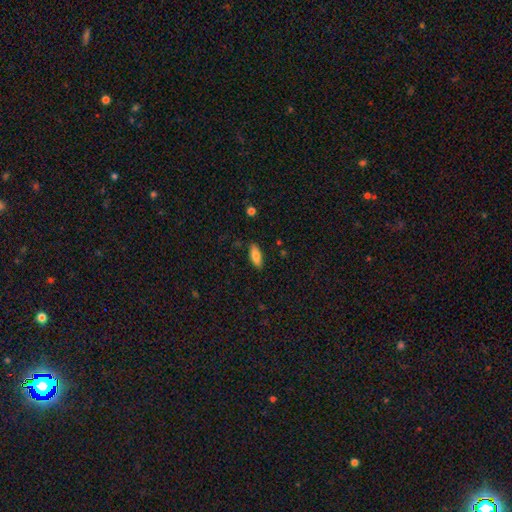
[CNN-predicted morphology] A smooth galaxy with no disk features (80%) that is in between round and cigar-shaped (77%).

Vote fractions:
- Smooth or featured? smooth: 80% / featured or disk: 13% / star or artifact: 7%
- How rounded? in between: 77% / cigar-shaped: 21% / round: 2%
- Merging? none: 86% / minor disturbance: 10% / major disturbance: 2% / merger: 1%